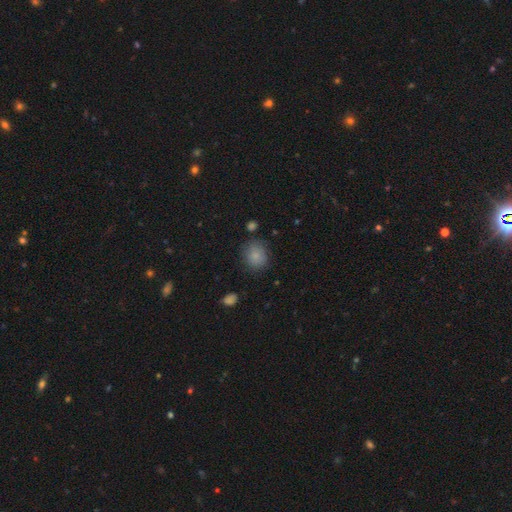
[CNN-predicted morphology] Overall: smooth (84%). How rounded: round (78%). Merging: none (77%).